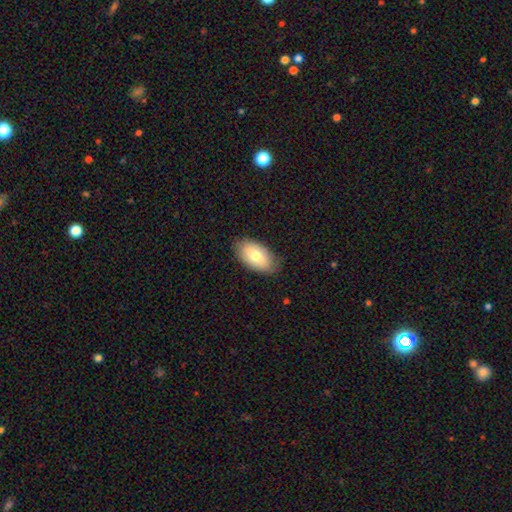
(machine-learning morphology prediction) smooth-or-featured: smooth: 74% | featured or disk: 20% | star or artifact: 6%
  how-rounded: in between: 94% | round: 4% | cigar-shaped: 2%
  merging: none: 83% | minor disturbance: 13% | major disturbance: 3% | merger: 1%